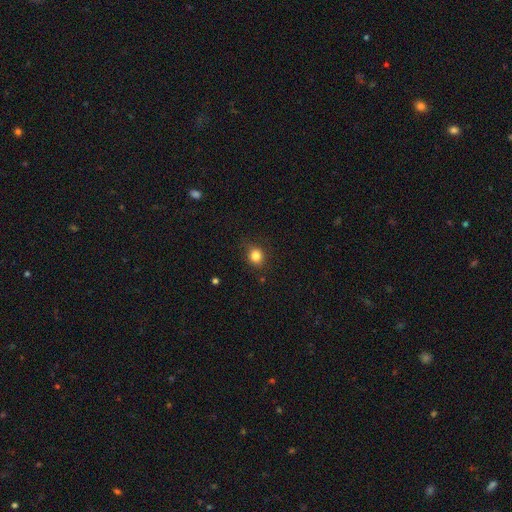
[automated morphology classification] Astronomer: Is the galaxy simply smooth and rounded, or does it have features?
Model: smooth — 83%.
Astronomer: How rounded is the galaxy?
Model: round — 76%.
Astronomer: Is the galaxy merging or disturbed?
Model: none — 81%.